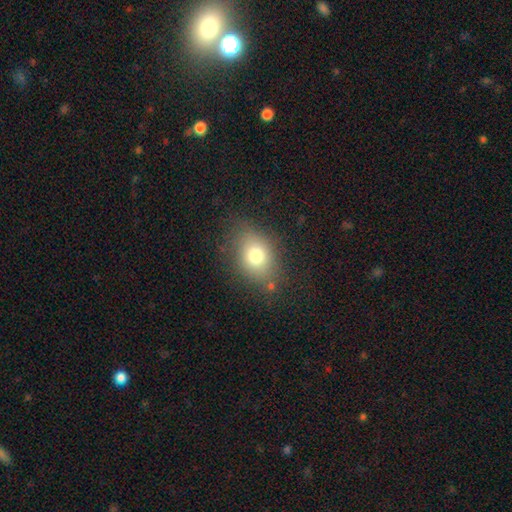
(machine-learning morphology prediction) Smooth or featured?
  - smooth: 76% *
  - featured or disk: 13%
  - star or artifact: 12%
How rounded?
  - in between: 67% *
  - round: 32%
  - cigar-shaped: 2%
Merging?
  - none: 76% *
  - minor disturbance: 16%
  - major disturbance: 6%
  - merger: 2%